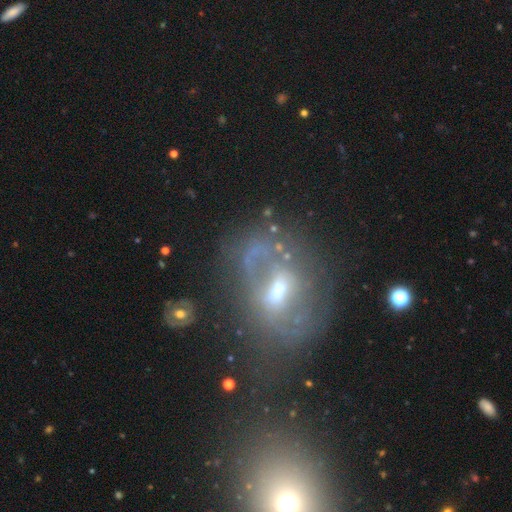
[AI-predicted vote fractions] Smooth or featured?
  - featured or disk: 65% *
  - smooth: 22%
  - star or artifact: 13%
Edge-on disk?
  - no: 95% *
  - yes: 5%
Bar?
  - weak: 43% *
  - no: 40%
  - strong: 17%
Spiral arms?
  - yes: 55% *
  - no: 45%
Bulge size?
  - small: 47% *
  - moderate: 46%
  - large: 4%
  - none: 2%
  - dominant: 1%
Merging?
  - none: 44% *
  - major disturbance: 27%
  - minor disturbance: 20%
  - merger: 8%